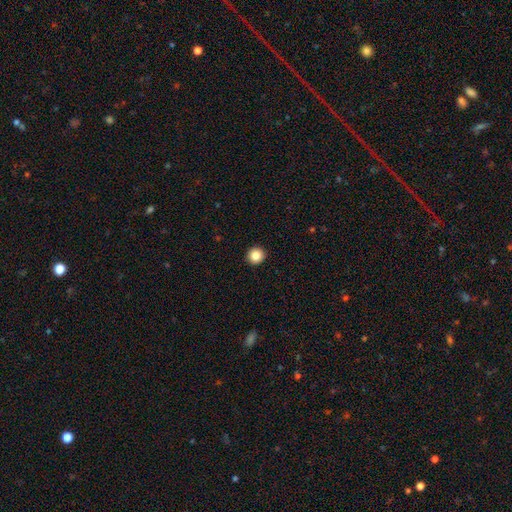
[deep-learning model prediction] Smooth or featured?
  - smooth: 85% *
  - star or artifact: 10%
  - featured or disk: 5%
How rounded?
  - round: 94% *
  - in between: 5%
  - cigar-shaped: 1%
Merging?
  - none: 94% *
  - minor disturbance: 4%
  - major disturbance: 1%
  - merger: 1%